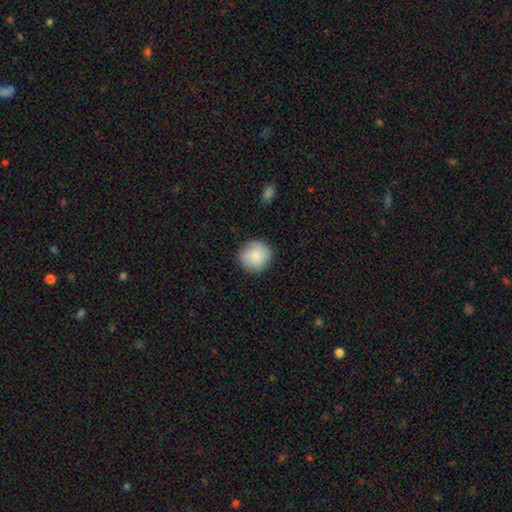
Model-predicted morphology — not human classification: The model was most divided on "smooth or featured": smooth: 83%, featured or disk: 11%, star or artifact: 7%. More confident: how rounded — round (91%); merging — none (85%).